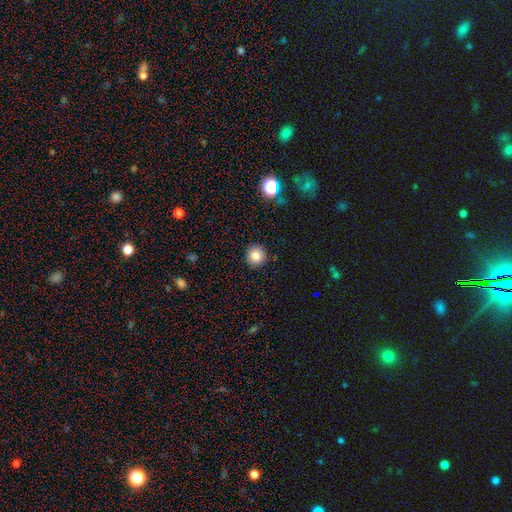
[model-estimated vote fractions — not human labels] smooth_or_featured: smooth (p=0.83) [alt: star or artifact p=0.11]
how_rounded: round (p=0.93) [alt: in between p=0.06]
merging: none (p=0.90) [alt: minor disturbance p=0.07]